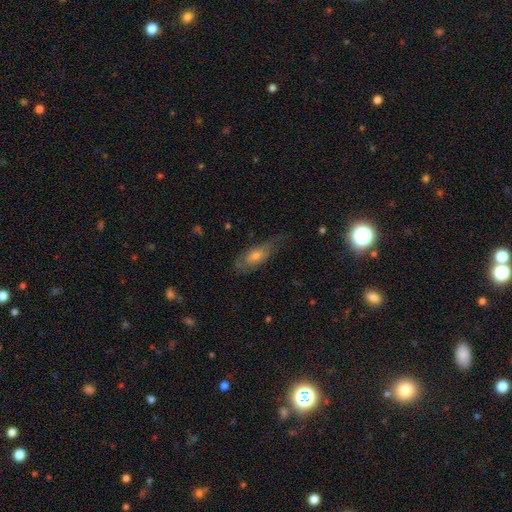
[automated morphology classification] Smooth or featured? featured or disk (50%)
Edge-on disk? no (77%)
Merging? none (57%)